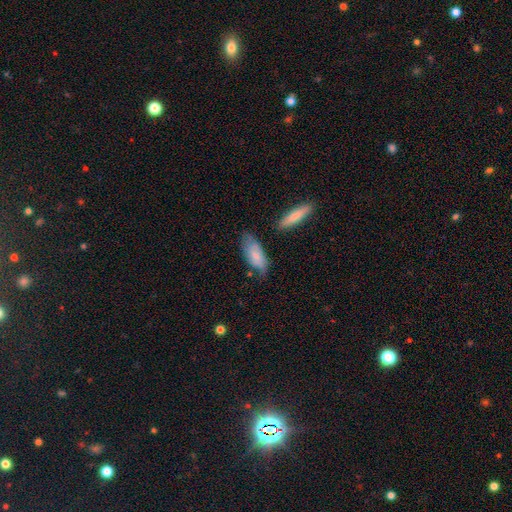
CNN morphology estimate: Overall: smooth (68%). How rounded: in between (81%). Merging: none (58%; minor disturbance 30%).